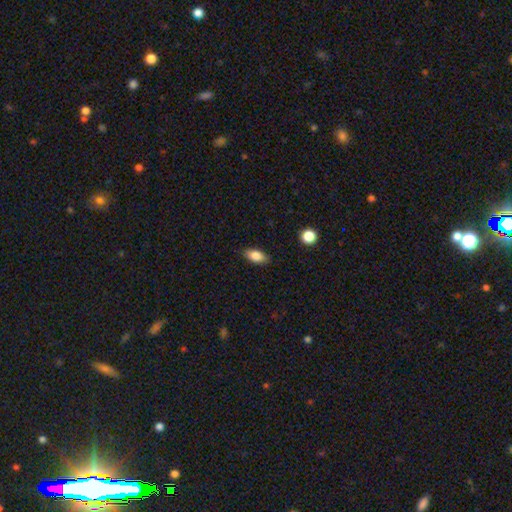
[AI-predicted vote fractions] smooth-or-featured: smooth: 84% | featured or disk: 9% | star or artifact: 8%
  how-rounded: in between: 88% | cigar-shaped: 7% | round: 5%
  merging: none: 86% | minor disturbance: 11% | major disturbance: 2% | merger: 1%